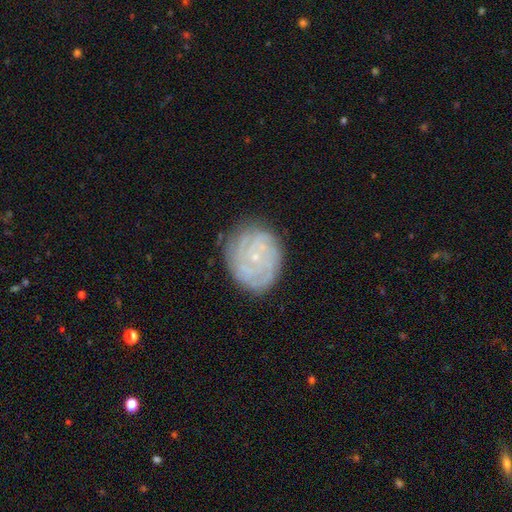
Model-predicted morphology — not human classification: featured or disk 74%, smooth 17%, star or artifact 9%. Down the decision tree: edge-on disk — no (97%); bar — no (80%); spiral arms — yes (92%); spiral arm count — can't tell (39%); spiral winding — tight (78%); bulge size — small (84%); merging — none (80%).